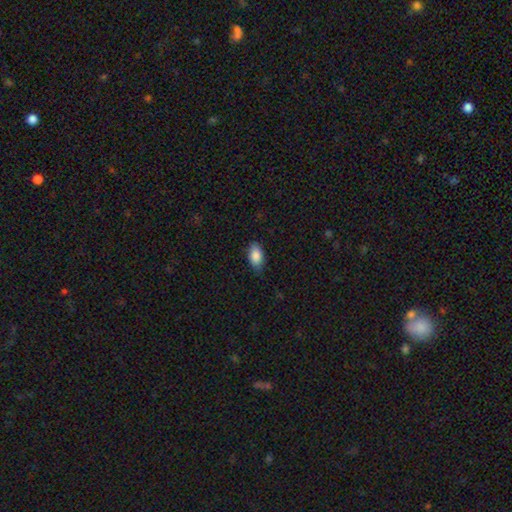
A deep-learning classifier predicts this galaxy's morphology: smooth 87%, star or artifact 7%, featured or disk 7%. Down the decision tree: how rounded — in between (92%); merging — none (81%).